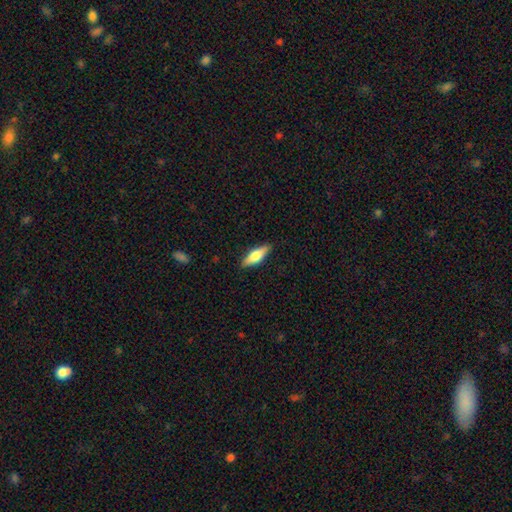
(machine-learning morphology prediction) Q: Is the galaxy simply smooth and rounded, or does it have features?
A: smooth — 55%.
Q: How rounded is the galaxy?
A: in between — 49%.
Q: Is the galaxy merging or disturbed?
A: none — 88%.